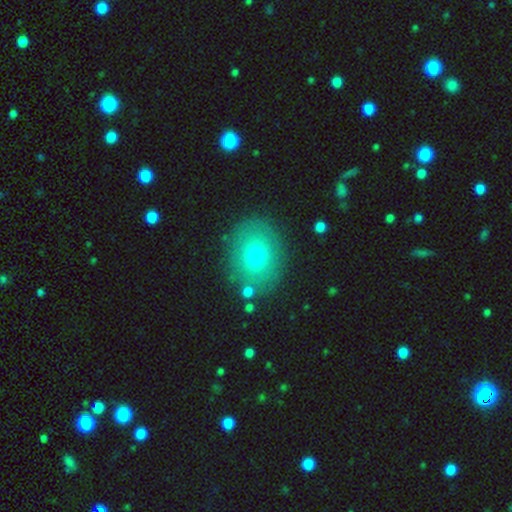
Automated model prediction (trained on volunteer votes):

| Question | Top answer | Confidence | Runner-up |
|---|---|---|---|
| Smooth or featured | smooth | 71% | featured or disk (19%) |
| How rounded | in between | 51% | round (48%) |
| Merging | none | 83% | minor disturbance (10%) |